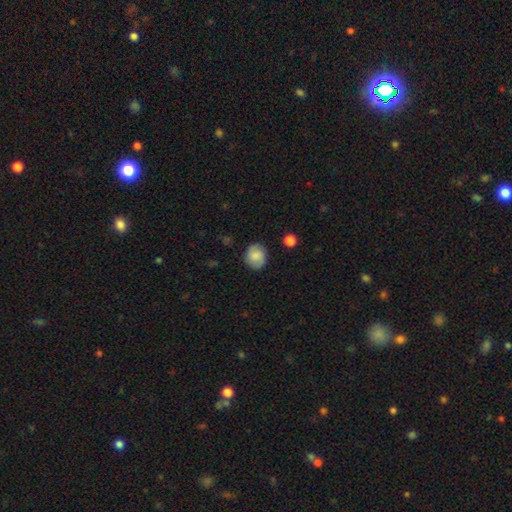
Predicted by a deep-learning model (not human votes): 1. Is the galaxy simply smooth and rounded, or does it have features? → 77% smooth, 15% featured or disk, 8% star or artifact.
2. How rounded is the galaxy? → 73% round, 26% in between, 1% cigar-shaped.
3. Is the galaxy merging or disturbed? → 83% none, 12% minor disturbance, 3% major disturbance, 1% merger.